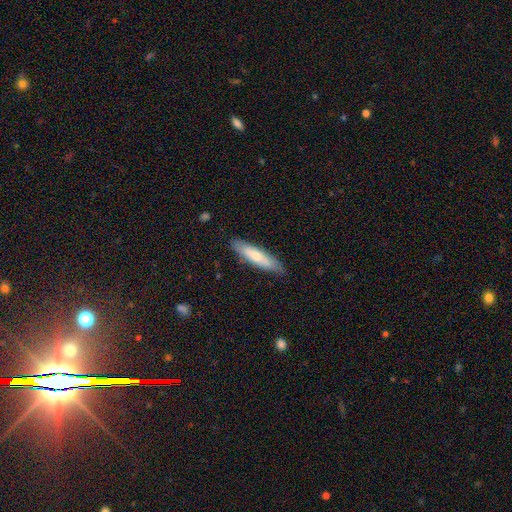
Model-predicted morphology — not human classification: Overall: smooth (66%; featured or disk 28%). How rounded: cigar-shaped (76%). Merging: none (85%).